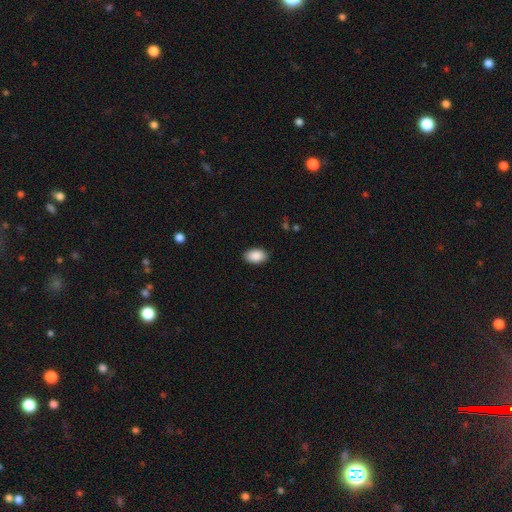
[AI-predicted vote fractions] A smooth galaxy with no disk features (90%) that is in between round and cigar-shaped (91%).

Vote fractions:
- Smooth or featured? smooth: 90% / star or artifact: 7% / featured or disk: 3%
- How rounded? in between: 91% / round: 8% / cigar-shaped: 1%
- Merging? none: 89% / minor disturbance: 8% / major disturbance: 2% / merger: 1%